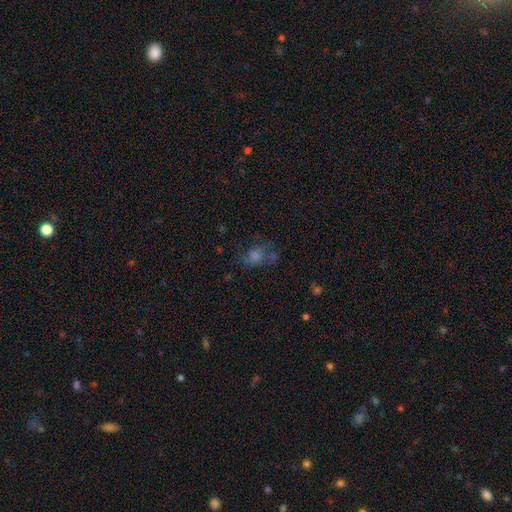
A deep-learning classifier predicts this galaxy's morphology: Q: Smooth or featured?
A: smooth (40%); runner-up: featured or disk (30%)
Q: Merging?
A: none (58%); runner-up: minor disturbance (19%)